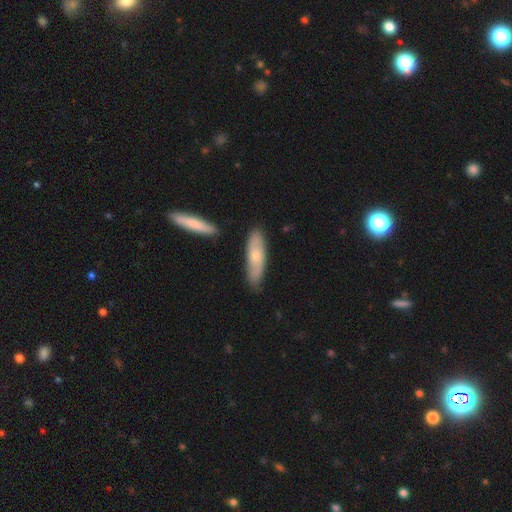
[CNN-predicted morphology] Smooth or featured?
  - smooth: 57% *
  - featured or disk: 38%
  - star or artifact: 5%
How rounded?
  - cigar-shaped: 60% *
  - in between: 38%
  - round: 2%
Merging?
  - none: 78% *
  - minor disturbance: 16%
  - merger: 4%
  - major disturbance: 2%